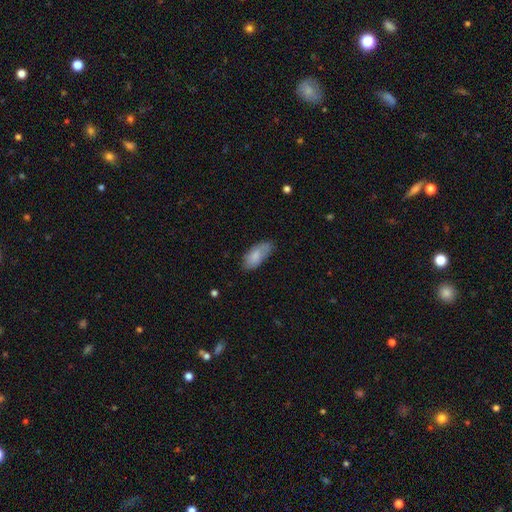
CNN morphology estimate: Smooth or featured: smooth — 82% (featured or disk — 12%)
How rounded: in between — 87% (cigar-shaped — 11%)
Merging: none — 67% (minor disturbance — 26%)